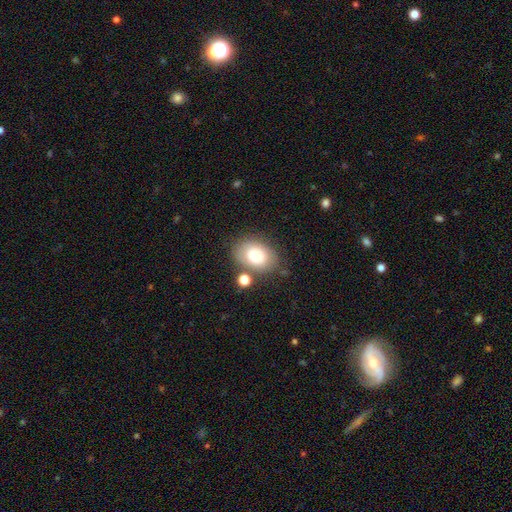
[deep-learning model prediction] smooth-or-featured: smooth: 77% | featured or disk: 15% | star or artifact: 8%
  how-rounded: in between: 78% | round: 21% | cigar-shaped: 1%
  merging: none: 70% | minor disturbance: 16% | merger: 9% | major disturbance: 5%